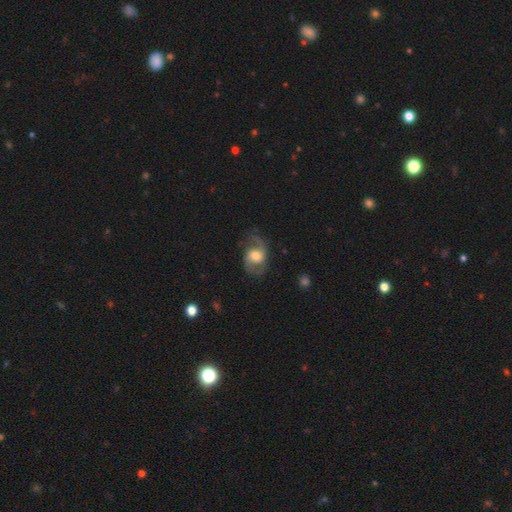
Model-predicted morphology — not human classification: Smooth or featured: featured or disk — 76% (smooth — 18%)
Edge-on disk: no — 97% (yes — 3%)
Bar: no — 57% (weak — 34%)
Spiral arms: yes — 91% (no — 9%)
Spiral winding: medium — 45% (loose — 43%)
Spiral arm count: 2 — 90% (can't tell — 4%)
Bulge size: moderate — 65% (large — 16%)
Merging: none — 72% (minor disturbance — 17%)